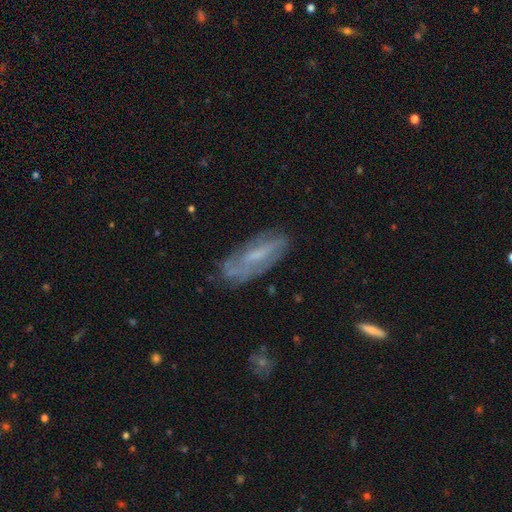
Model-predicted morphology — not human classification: Q: Smooth or featured?
A: featured or disk (57%); runner-up: smooth (33%)
Q: Edge-on disk?
A: no (77%); runner-up: yes (23%)
Q: Merging?
A: none (68%); runner-up: minor disturbance (22%)